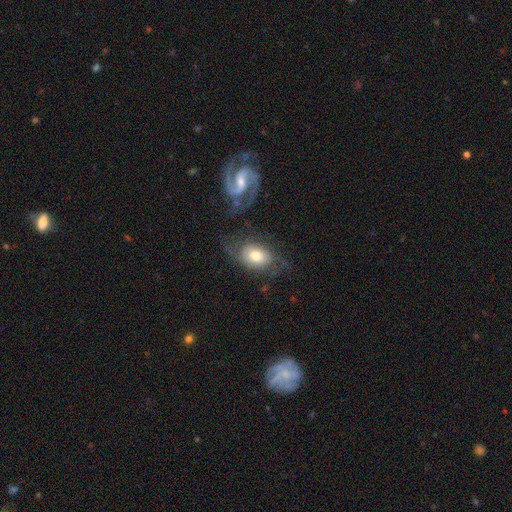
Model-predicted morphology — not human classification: A featured or disk galaxy (50%).

Vote fractions:
- Smooth or featured? featured or disk: 50% / smooth: 43% / star or artifact: 7%
- Merging? none: 46% / major disturbance: 23% / minor disturbance: 22% / merger: 8%